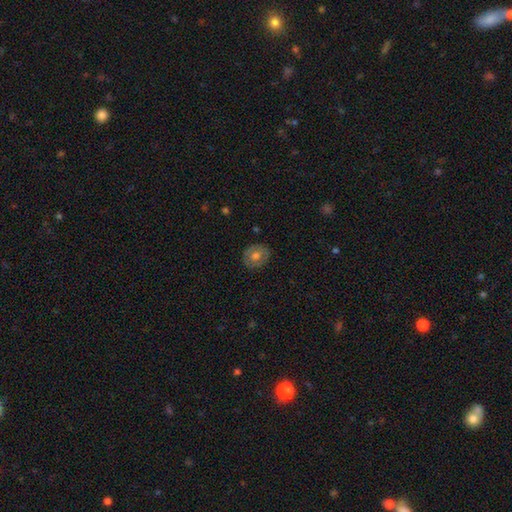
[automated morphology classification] smooth_or_featured: smooth (p=0.55) [alt: featured or disk p=0.37]
how_rounded: round (p=0.64) [alt: in between p=0.35]
merging: none (p=0.84) [alt: minor disturbance p=0.12]